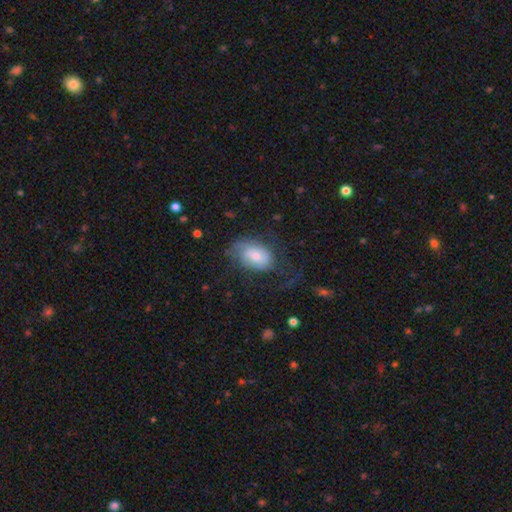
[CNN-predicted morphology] Q: Smooth or featured?
A: smooth (47%); runner-up: featured or disk (45%)
Q: Merging?
A: none (44%); runner-up: major disturbance (32%)